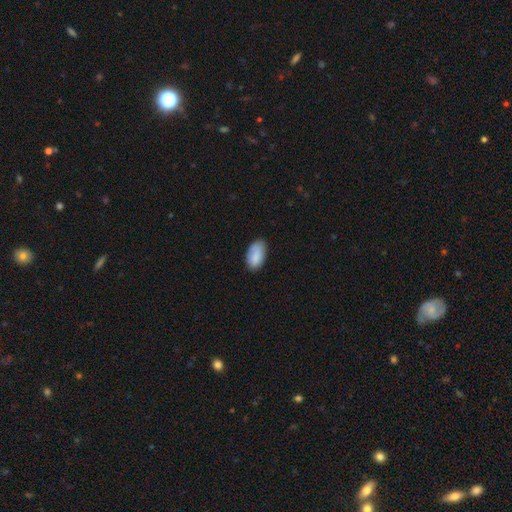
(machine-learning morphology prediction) Smooth or featured?
  - smooth: 86% *
  - featured or disk: 7%
  - star or artifact: 7%
How rounded?
  - in between: 94% *
  - round: 3%
  - cigar-shaped: 2%
Merging?
  - none: 75% *
  - minor disturbance: 20%
  - major disturbance: 4%
  - merger: 1%